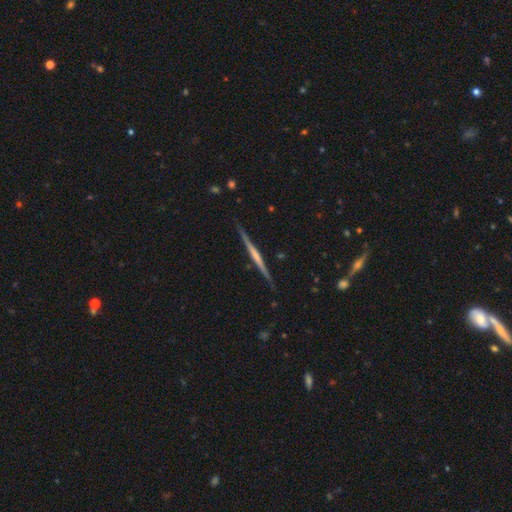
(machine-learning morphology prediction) Smooth or featured: featured or disk — 69% (smooth — 25%)
Edge-on disk: yes — 98% (no — 2%)
Edge-on bulge: none — 61% (rounded — 24%)
Merging: none — 88% (minor disturbance — 9%)